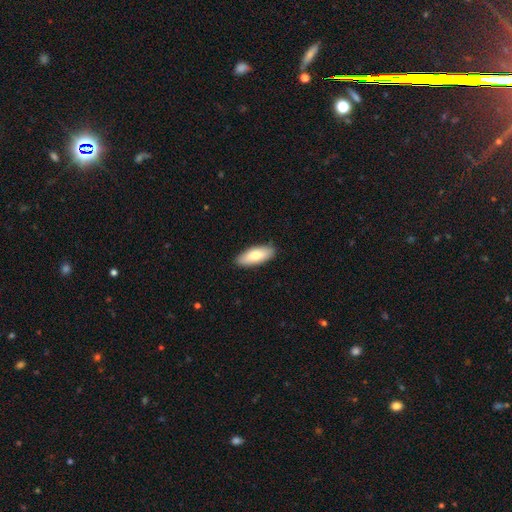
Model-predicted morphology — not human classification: A smooth galaxy with no disk features (76%) that is in between round and cigar-shaped (78%).

Vote fractions:
- Smooth or featured? smooth: 76% / featured or disk: 18% / star or artifact: 6%
- How rounded? in between: 78% / cigar-shaped: 20% / round: 2%
- Merging? none: 88% / minor disturbance: 9% / major disturbance: 2% / merger: 1%